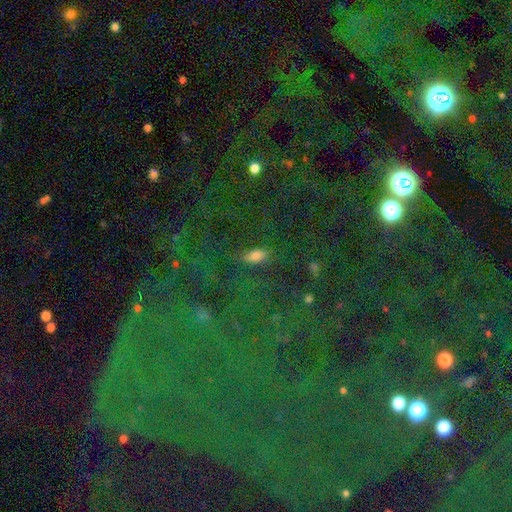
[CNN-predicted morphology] Overall: smooth (68%). How rounded: in between (82%). Merging: none (82%).